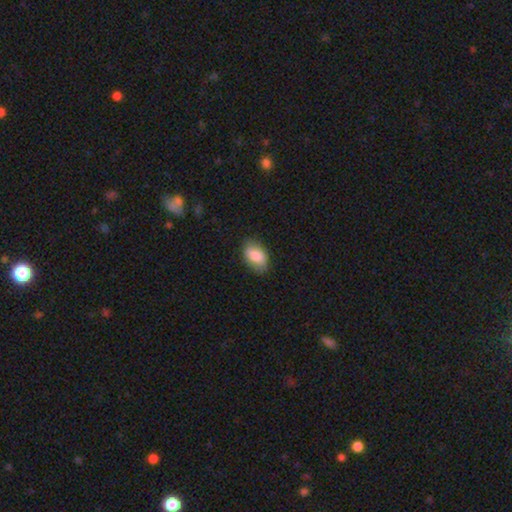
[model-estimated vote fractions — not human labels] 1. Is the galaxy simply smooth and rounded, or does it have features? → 84% smooth, 9% featured or disk, 7% star or artifact.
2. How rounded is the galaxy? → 91% in between, 7% round, 2% cigar-shaped.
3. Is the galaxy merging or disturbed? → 81% none, 15% minor disturbance, 3% major disturbance, 1% merger.